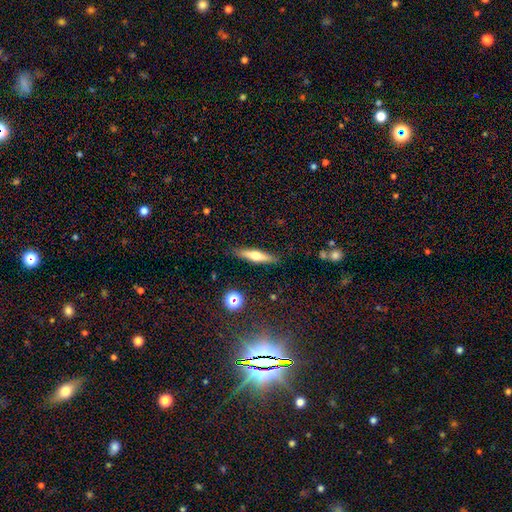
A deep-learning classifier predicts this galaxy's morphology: This appears to be a smooth galaxy with no disk features (47%). Merging: none (87%).